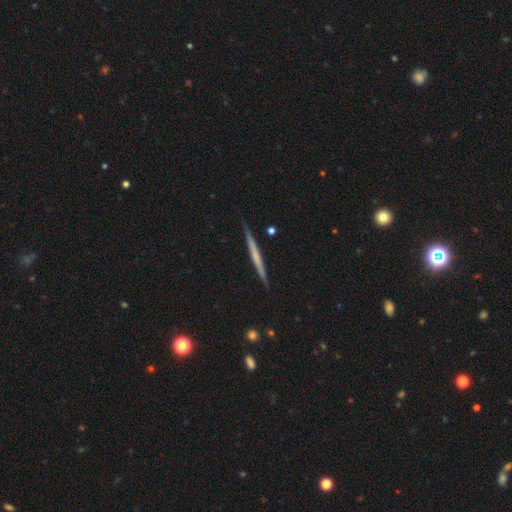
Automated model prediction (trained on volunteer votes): Morphology: type=featured or disk (56%); edge-on=yes (98%); edge-on bulge=none (83%); merging=none (89%).